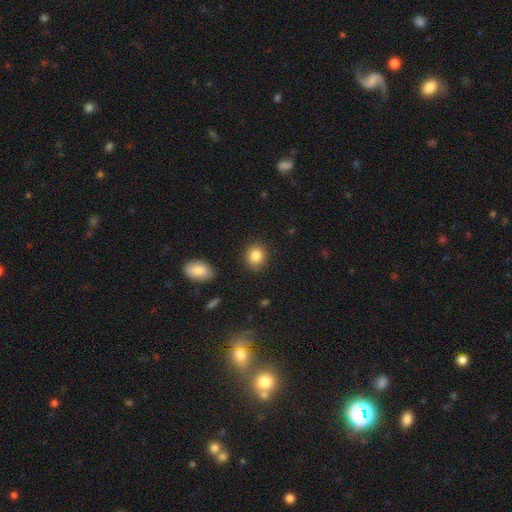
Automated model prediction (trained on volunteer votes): smooth-or-featured: smooth: 85% | star or artifact: 9% | featured or disk: 6%
  how-rounded: round: 81% | in between: 18% | cigar-shaped: 1%
  merging: none: 88% | minor disturbance: 8% | major disturbance: 2% | merger: 2%